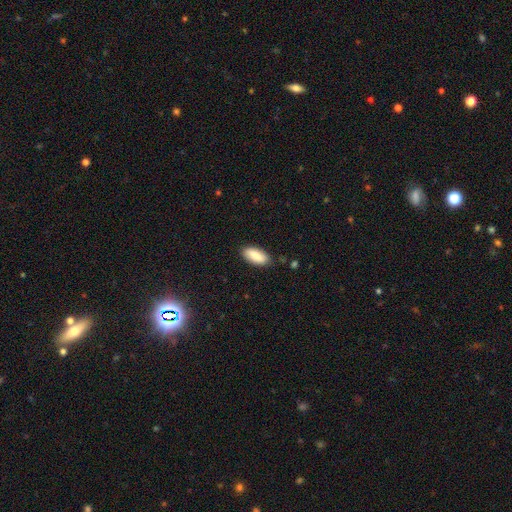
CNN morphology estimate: Overall: smooth (86%). How rounded: in between (88%). Merging: none (86%).